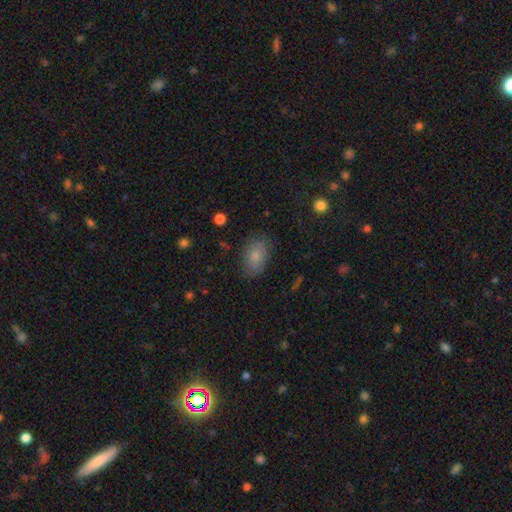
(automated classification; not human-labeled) smooth_or_featured: smooth (p=0.77) [alt: featured or disk p=0.14]
how_rounded: in between (p=0.89) [alt: round p=0.10]
merging: none (p=0.77) [alt: minor disturbance p=0.17]